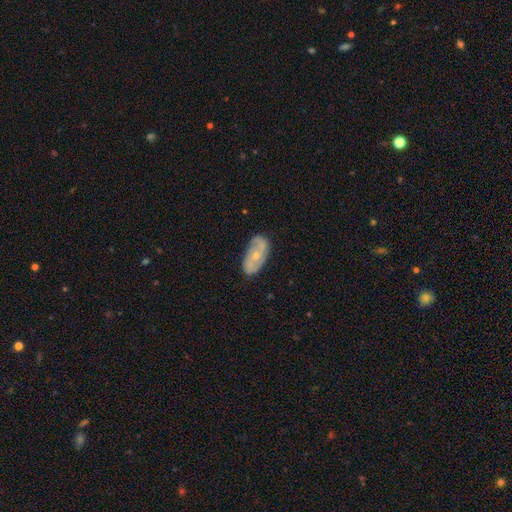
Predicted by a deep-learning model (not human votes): This is likely a featured or disk galaxy (61%). It is clearly not viewed edge-on (91%). Bar: likely no (69%). Spiral arm pattern: likely yes (72%). Central bulge: possibly small (58%). Merging: likely none (74%).